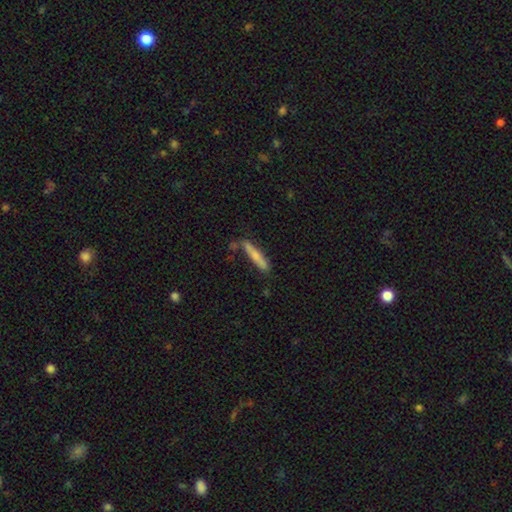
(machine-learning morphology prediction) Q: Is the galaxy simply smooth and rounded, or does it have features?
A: smooth — 66%.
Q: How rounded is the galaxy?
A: cigar-shaped — 90%.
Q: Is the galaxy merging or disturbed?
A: none — 71%.